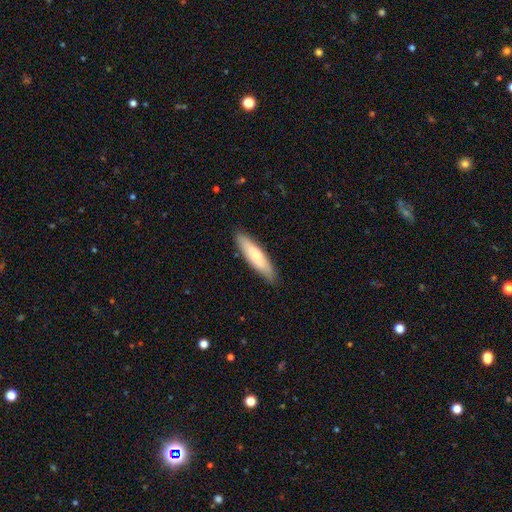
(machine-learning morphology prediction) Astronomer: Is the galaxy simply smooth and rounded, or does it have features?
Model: smooth — 69%.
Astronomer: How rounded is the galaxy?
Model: cigar-shaped — 76%.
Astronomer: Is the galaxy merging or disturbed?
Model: none — 87%.